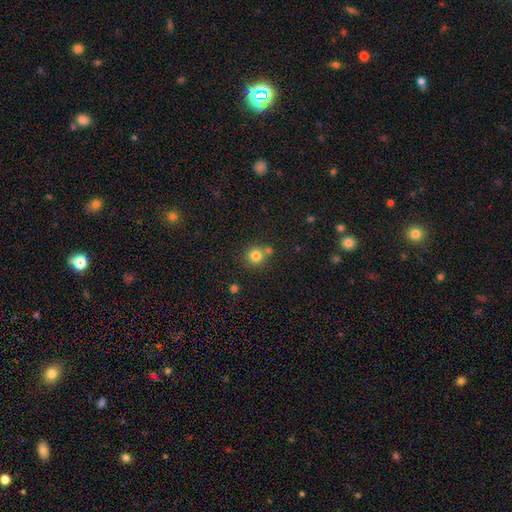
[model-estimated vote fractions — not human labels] This is clearly a smooth galaxy (81%). How rounded: clearly round (90%). Merging: likely none (67%).